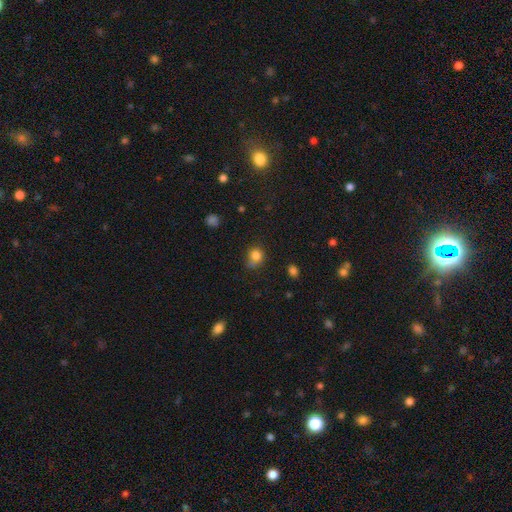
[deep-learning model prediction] smooth 81%, star or artifact 12%, featured or disk 7%. Down the decision tree: how rounded — round (70%); merging — none (54%).